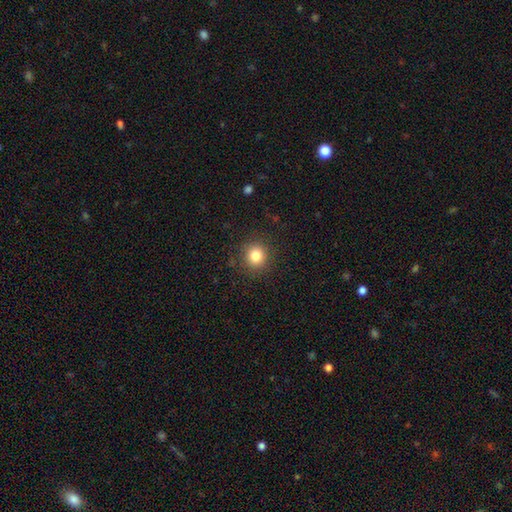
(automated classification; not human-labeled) Smooth or featured? smooth (82%)
How rounded? round (92%)
Merging? none (89%)